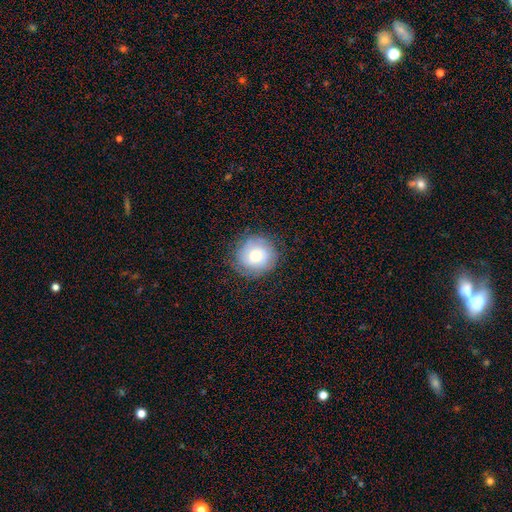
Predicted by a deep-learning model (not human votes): Smooth or featured: smooth — 54% (featured or disk — 36%)
How rounded: round — 92% (in between — 7%)
Merging: none — 82% (minor disturbance — 12%)